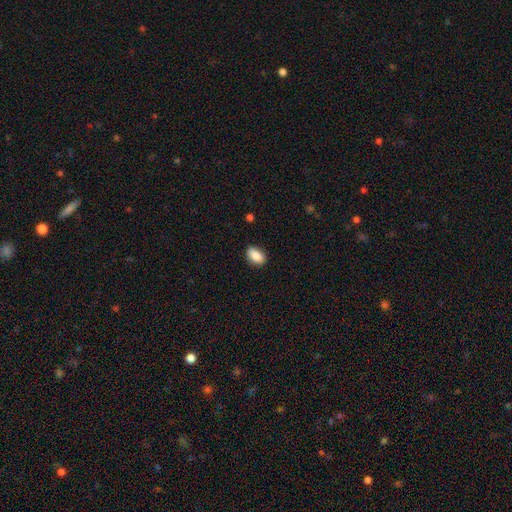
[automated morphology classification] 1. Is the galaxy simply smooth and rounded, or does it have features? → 84% smooth, 8% featured or disk, 8% star or artifact.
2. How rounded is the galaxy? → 86% in between, 11% round, 3% cigar-shaped.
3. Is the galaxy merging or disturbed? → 83% none, 13% minor disturbance, 2% major disturbance, 1% merger.